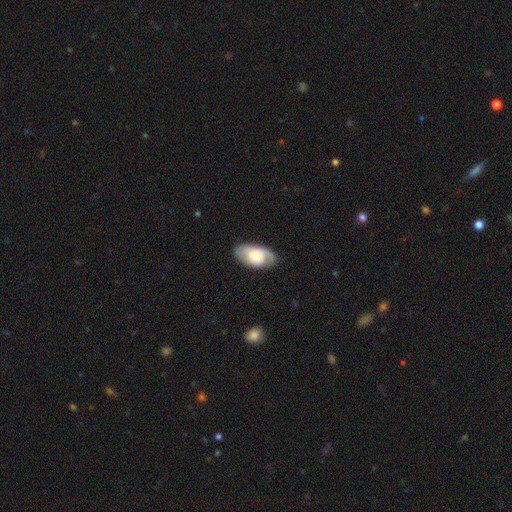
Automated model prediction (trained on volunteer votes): Q: Smooth or featured?
A: smooth (47%); runner-up: featured or disk (46%)
Q: Merging?
A: none (73%); runner-up: minor disturbance (19%)